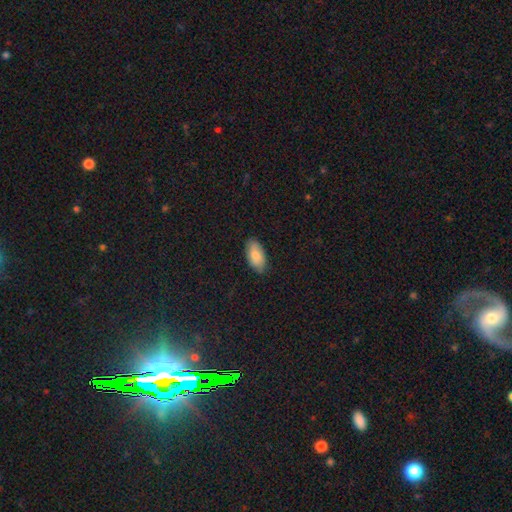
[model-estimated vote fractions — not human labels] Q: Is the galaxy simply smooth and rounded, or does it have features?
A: smooth — 81%.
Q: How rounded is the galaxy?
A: in between — 94%.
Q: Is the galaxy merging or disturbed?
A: none — 85%.